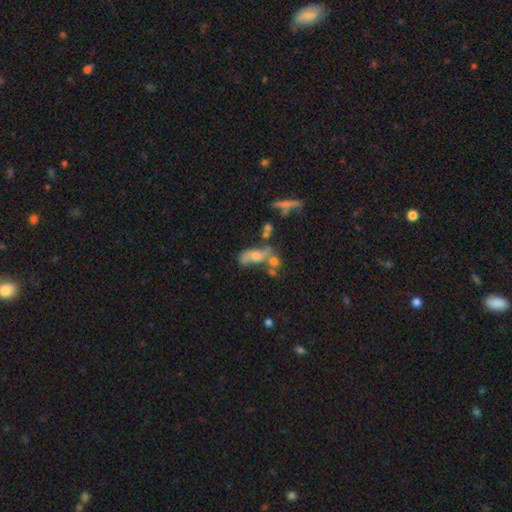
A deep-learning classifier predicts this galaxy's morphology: type=featured or disk (44%); merging=merger (39%).